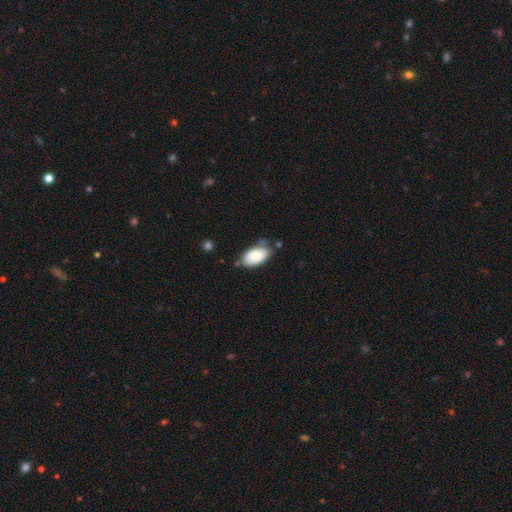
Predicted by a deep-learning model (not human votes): smooth 77%, featured or disk 17%, star or artifact 7%. Down the decision tree: how rounded — in between (94%); merging — none (68%).